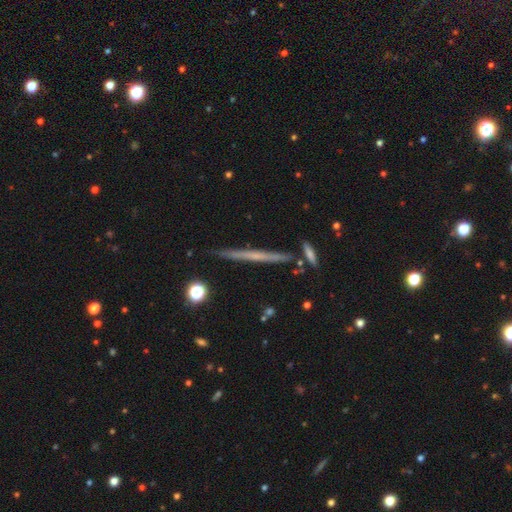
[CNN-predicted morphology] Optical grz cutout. It shows a featured or disk galaxy (59%) viewed edge-on (97%) with no central bulge (80%). Merging: none (86%).